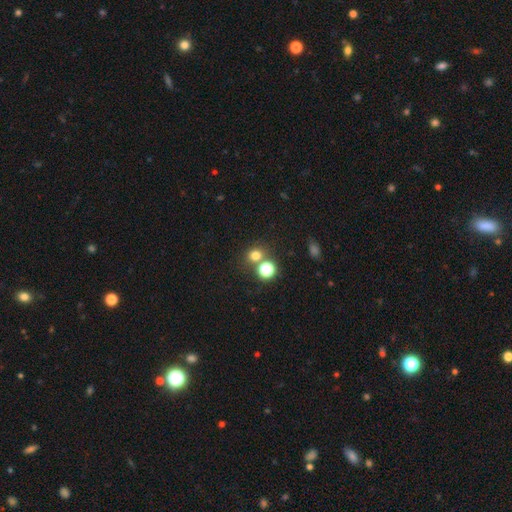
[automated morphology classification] Overall: smooth (71%). How rounded: round (75%). Merging: none (64%).